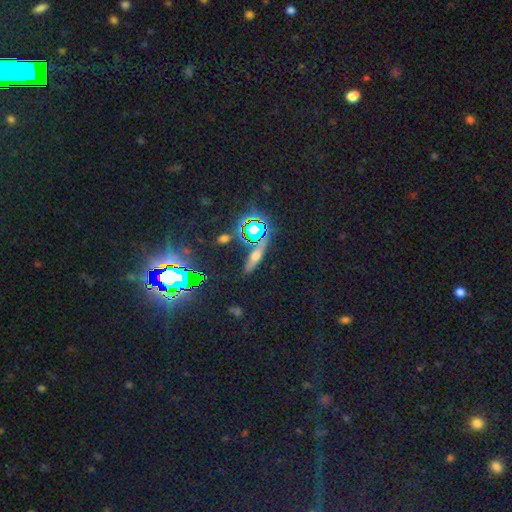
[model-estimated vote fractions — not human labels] A smooth galaxy with no disk features (40%).

Vote fractions:
- Smooth or featured? smooth: 40% / star or artifact: 37% / featured or disk: 24%
- Merging? none: 78% / minor disturbance: 12% / merger: 5% / major disturbance: 5%